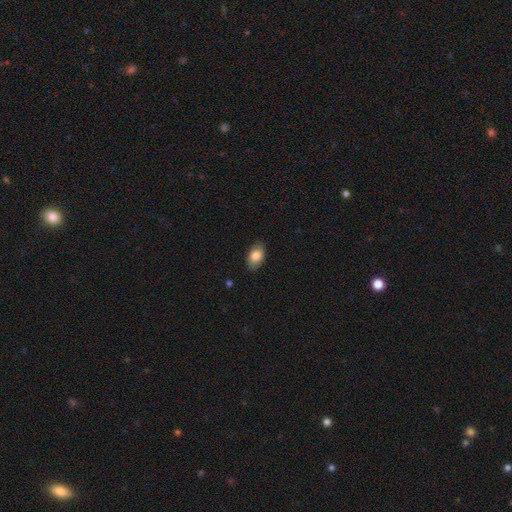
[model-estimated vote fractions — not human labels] smooth_or_featured: smooth (p=0.82) [alt: featured or disk p=0.12]
how_rounded: in between (p=0.89) [alt: round p=0.09]
merging: none (p=0.83) [alt: minor disturbance p=0.14]